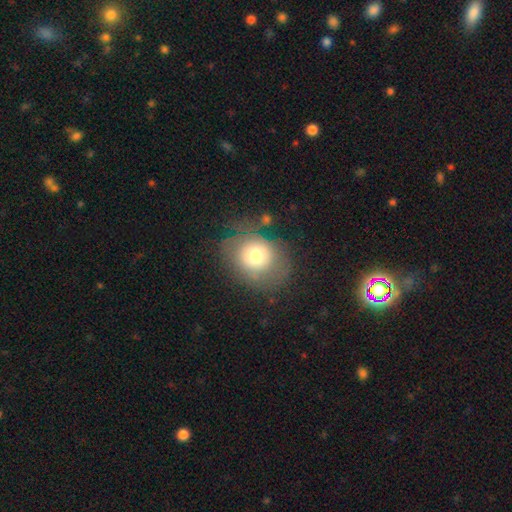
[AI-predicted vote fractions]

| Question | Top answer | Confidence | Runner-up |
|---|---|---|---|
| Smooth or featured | smooth | 68% | featured or disk (22%) |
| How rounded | round | 65% | in between (34%) |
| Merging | none | 56% | minor disturbance (24%) |